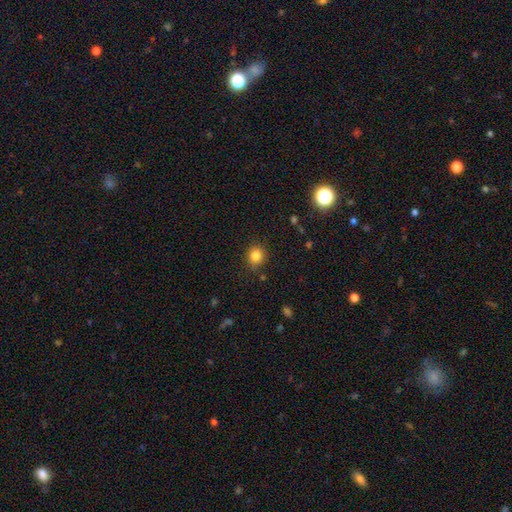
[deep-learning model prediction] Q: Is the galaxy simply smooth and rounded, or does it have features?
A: smooth — 84%.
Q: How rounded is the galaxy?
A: round — 81%.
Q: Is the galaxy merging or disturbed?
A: none — 85%.